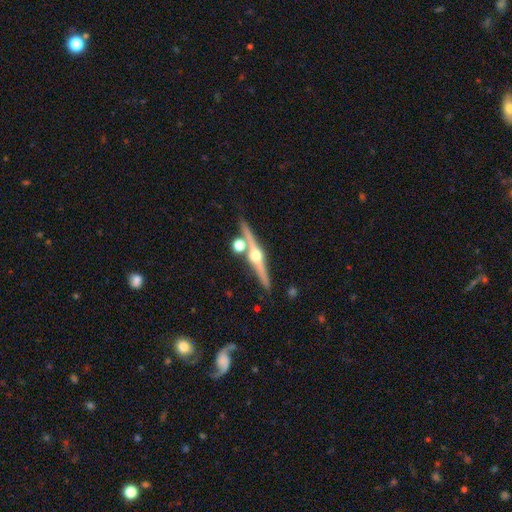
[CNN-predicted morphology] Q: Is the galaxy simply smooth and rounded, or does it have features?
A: featured or disk — 84%.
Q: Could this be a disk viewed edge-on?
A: yes — 98%.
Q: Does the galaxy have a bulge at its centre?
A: rounded — 96%.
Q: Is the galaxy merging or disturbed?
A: none — 80%.